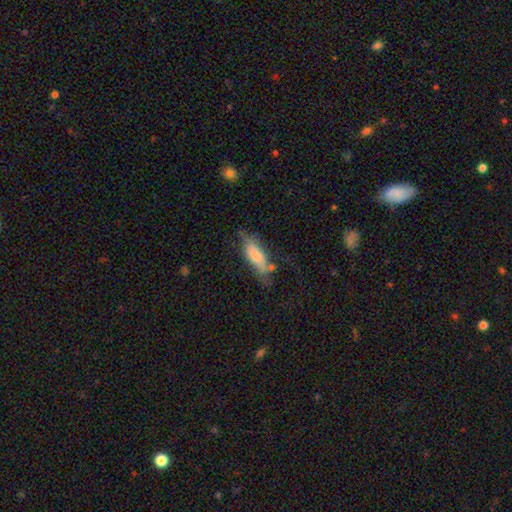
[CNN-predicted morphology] A smooth galaxy with no disk features (68%) that is in between round and cigar-shaped (55%).

Vote fractions:
- Smooth or featured? smooth: 68% / featured or disk: 25% / star or artifact: 7%
- How rounded? in between: 55% / cigar-shaped: 43% / round: 2%
- Merging? none: 45% / minor disturbance: 31% / major disturbance: 17% / merger: 7%